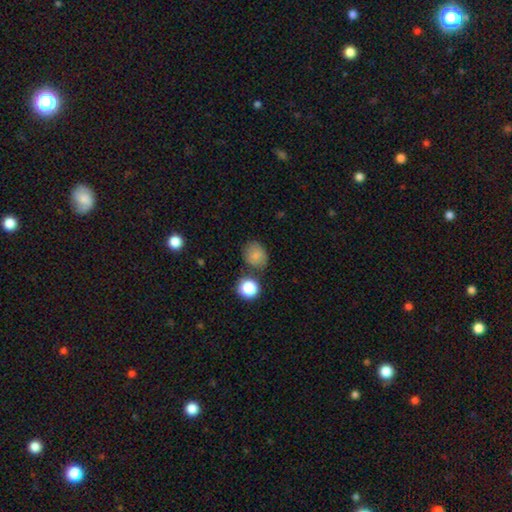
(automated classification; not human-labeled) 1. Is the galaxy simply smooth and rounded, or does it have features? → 77% smooth, 12% featured or disk, 12% star or artifact.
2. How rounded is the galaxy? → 69% round, 30% in between, 1% cigar-shaped.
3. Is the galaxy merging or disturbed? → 66% none, 20% minor disturbance, 8% merger, 6% major disturbance.